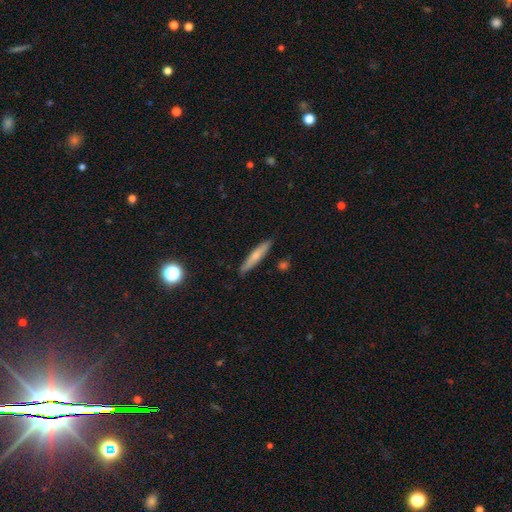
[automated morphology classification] A smooth galaxy with no disk features (64%) that is cigar-shaped (92%). Merging: none (87%).